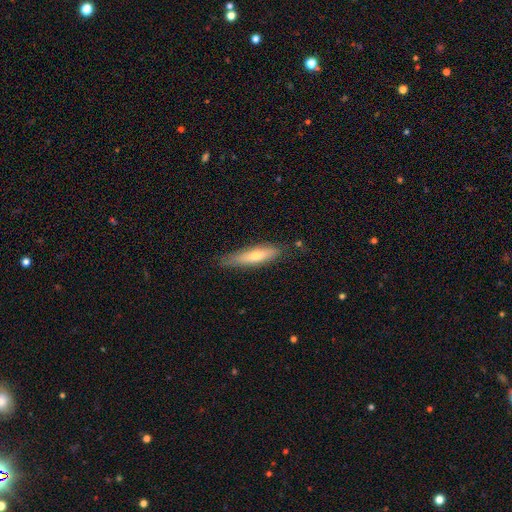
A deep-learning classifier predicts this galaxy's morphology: smooth 59%, featured or disk 35%, star or artifact 6%. Down the decision tree: how rounded — cigar-shaped (78%); merging — none (78%).